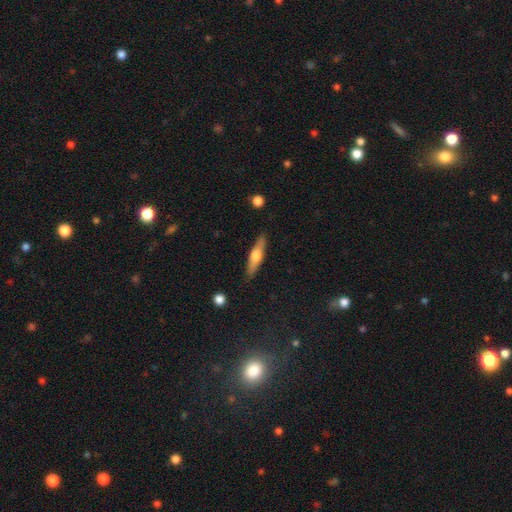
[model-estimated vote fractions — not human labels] Smooth or featured? featured or disk (51%)
Edge-on disk? yes (93%)
Merging? none (87%)